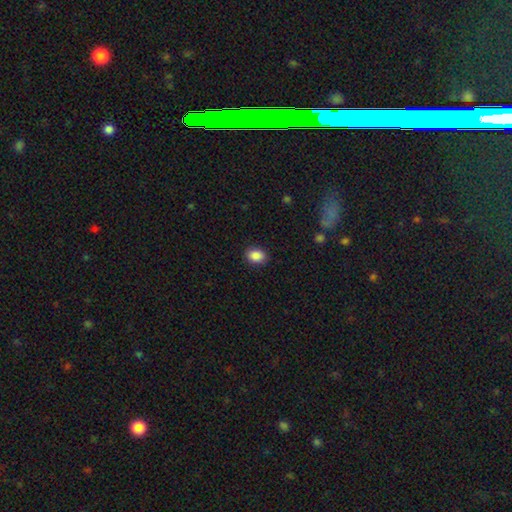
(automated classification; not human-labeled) smooth 88%, star or artifact 8%, featured or disk 4%. Down the decision tree: how rounded — in between (72%); merging — none (89%).